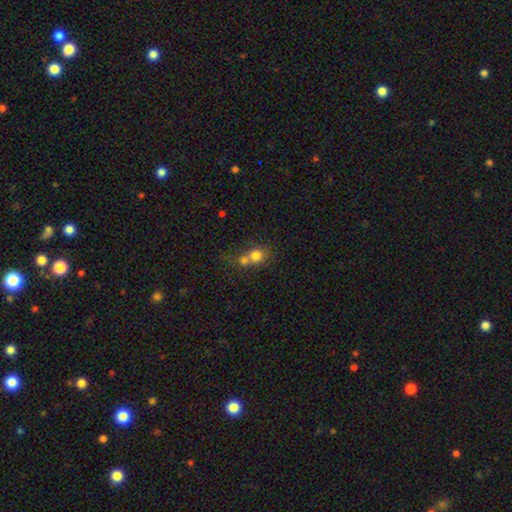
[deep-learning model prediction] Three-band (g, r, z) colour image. It shows a smooth galaxy with no disk features (76%) that is round (76%). Merging: merger (60%).